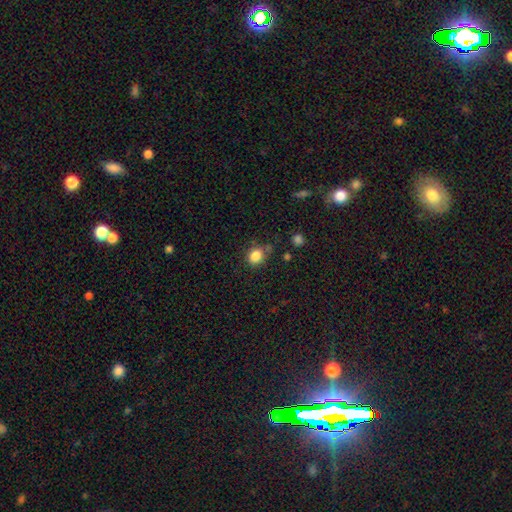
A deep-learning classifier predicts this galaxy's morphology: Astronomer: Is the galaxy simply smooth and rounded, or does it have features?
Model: smooth — 85%.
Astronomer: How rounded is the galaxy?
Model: round — 64%.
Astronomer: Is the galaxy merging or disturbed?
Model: none — 69%.